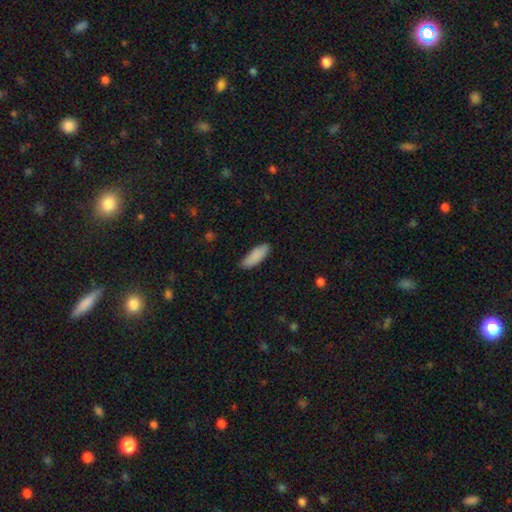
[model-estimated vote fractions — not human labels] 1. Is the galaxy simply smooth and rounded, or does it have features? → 89% smooth, 6% star or artifact, 6% featured or disk.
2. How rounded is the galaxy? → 66% in between, 32% cigar-shaped, 2% round.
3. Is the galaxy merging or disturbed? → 82% none, 14% minor disturbance, 2% major disturbance, 1% merger.